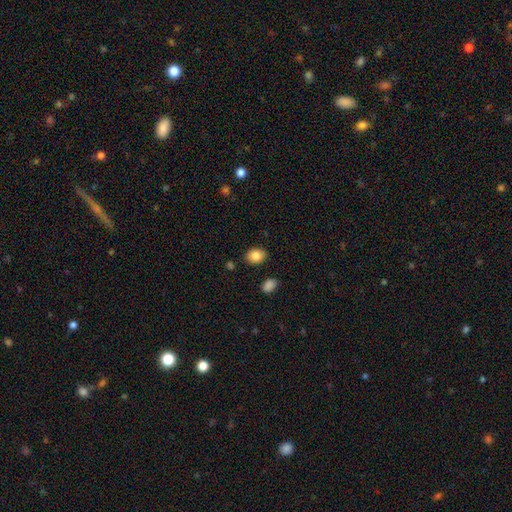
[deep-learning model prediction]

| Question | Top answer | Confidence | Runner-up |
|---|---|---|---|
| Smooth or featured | smooth | 85% | star or artifact (9%) |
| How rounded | in between | 67% | round (32%) |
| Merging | none | 85% | minor disturbance (10%) |